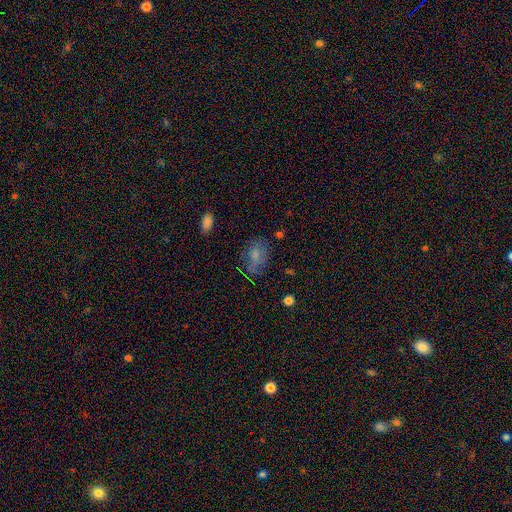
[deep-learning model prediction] Smooth or featured?
  - smooth: 68% *
  - featured or disk: 20%
  - star or artifact: 12%
How rounded?
  - in between: 86% *
  - round: 11%
  - cigar-shaped: 2%
Merging?
  - none: 60% *
  - minor disturbance: 25%
  - major disturbance: 12%
  - merger: 3%